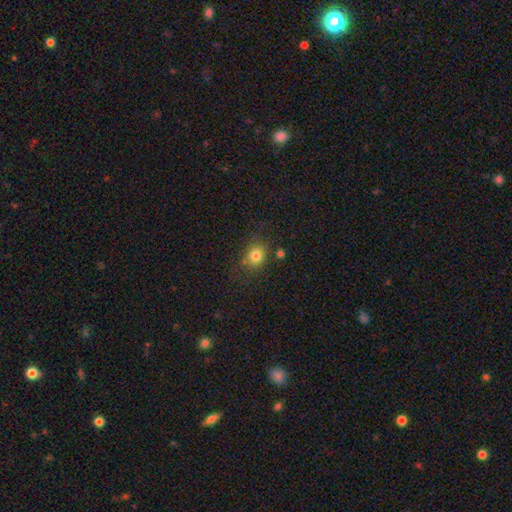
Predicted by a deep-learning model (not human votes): Overall: smooth (80%). How rounded: round (73%). Merging: none (76%).